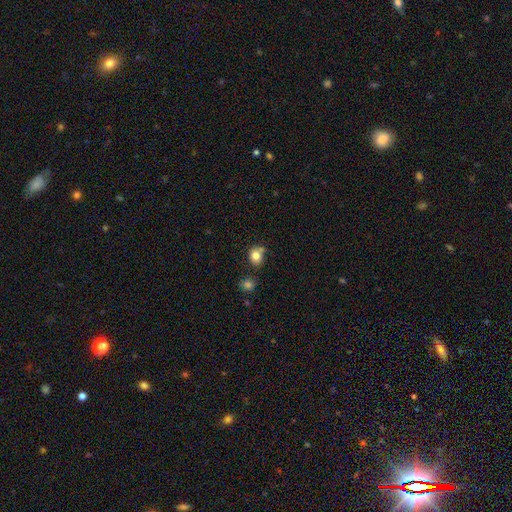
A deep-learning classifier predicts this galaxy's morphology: type=smooth (80%); roundness=round (65%); merging=none (58%).